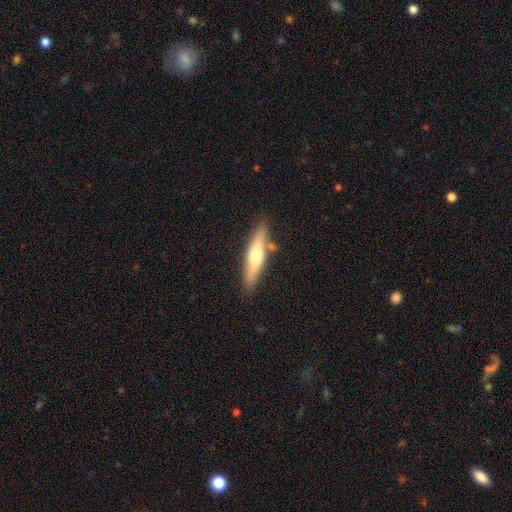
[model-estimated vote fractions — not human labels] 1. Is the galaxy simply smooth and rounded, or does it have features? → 53% smooth, 41% featured or disk, 6% star or artifact.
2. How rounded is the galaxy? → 74% cigar-shaped, 24% in between, 2% round.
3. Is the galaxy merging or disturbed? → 78% none, 13% minor disturbance, 7% merger, 3% major disturbance.